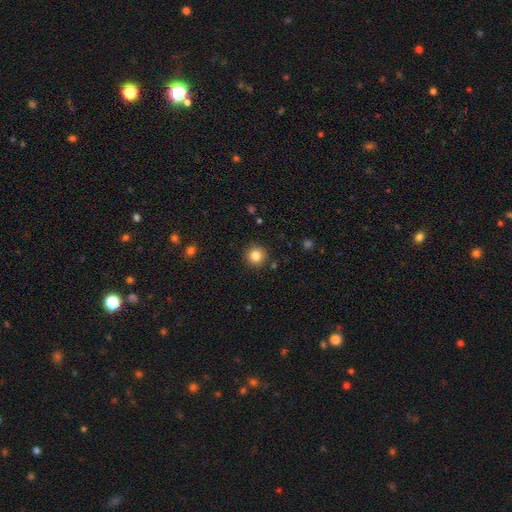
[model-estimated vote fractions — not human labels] Overall: smooth (83%). How rounded: round (95%). Merging: none (91%).